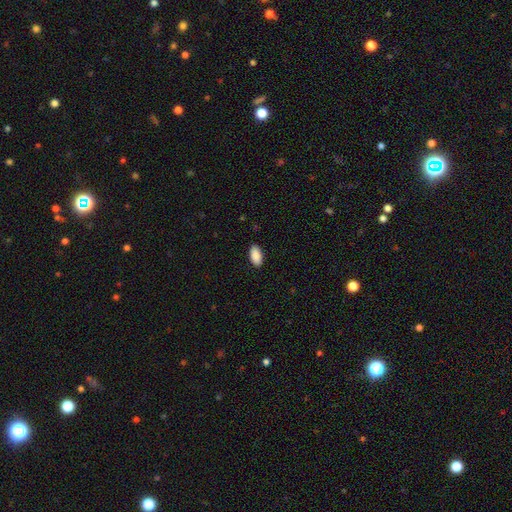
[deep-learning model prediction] smooth-or-featured: smooth: 91% | star or artifact: 6% | featured or disk: 3%
  how-rounded: in between: 95% | cigar-shaped: 3% | round: 2%
  merging: none: 89% | minor disturbance: 8% | major disturbance: 2% | merger: 1%